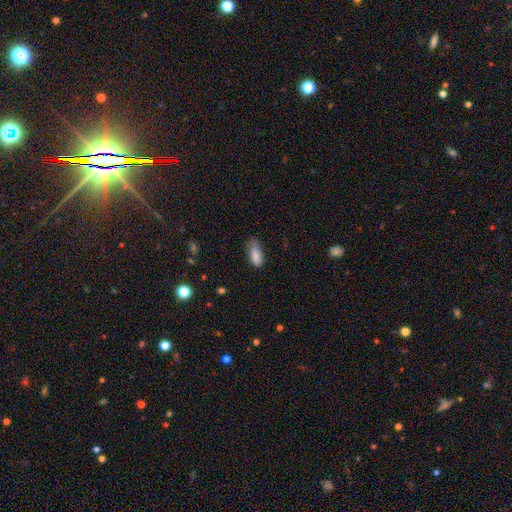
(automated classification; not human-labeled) Q: Smooth or featured?
A: smooth (85%); runner-up: star or artifact (7%)
Q: How rounded?
A: in between (83%); runner-up: cigar-shaped (15%)
Q: Merging?
A: none (48%); runner-up: minor disturbance (39%)